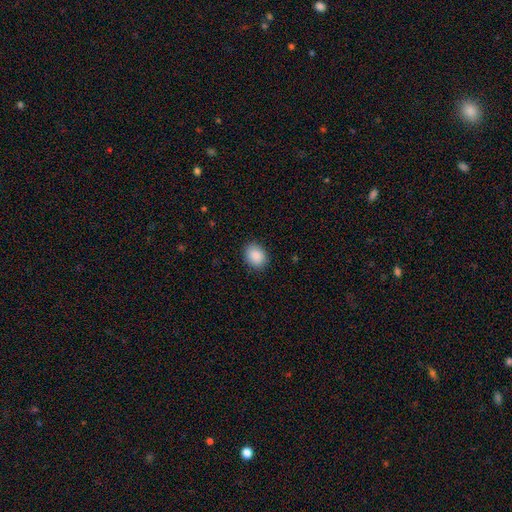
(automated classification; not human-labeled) smooth-or-featured: smooth: 89% | star or artifact: 7% | featured or disk: 3%
  how-rounded: in between: 55% | round: 44% | cigar-shaped: 1%
  merging: none: 87% | minor disturbance: 9% | major disturbance: 2% | merger: 1%